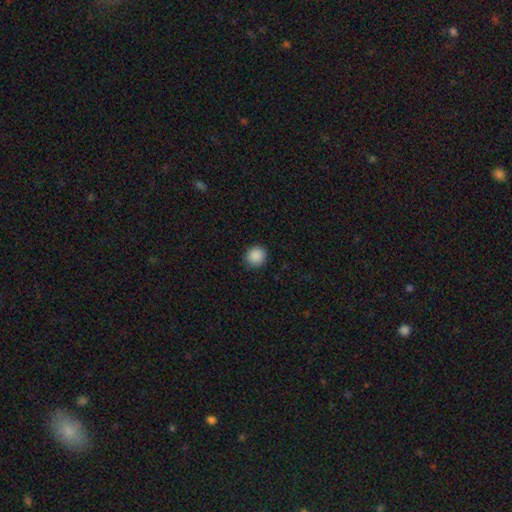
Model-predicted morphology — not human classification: A smooth galaxy with no disk features (89%) that is round (87%).

Vote fractions:
- Smooth or featured? smooth: 89% / star or artifact: 9% / featured or disk: 3%
- How rounded? round: 87% / in between: 12% / cigar-shaped: 1%
- Merging? none: 89% / minor disturbance: 8% / major disturbance: 2% / merger: 1%